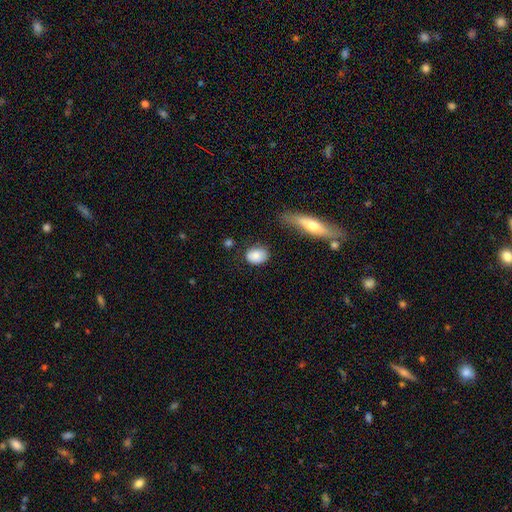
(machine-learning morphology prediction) Smooth or featured? Predicted: smooth (p=0.83). How rounded? Predicted: in between (p=0.62). Merging? Predicted: none (p=0.71).